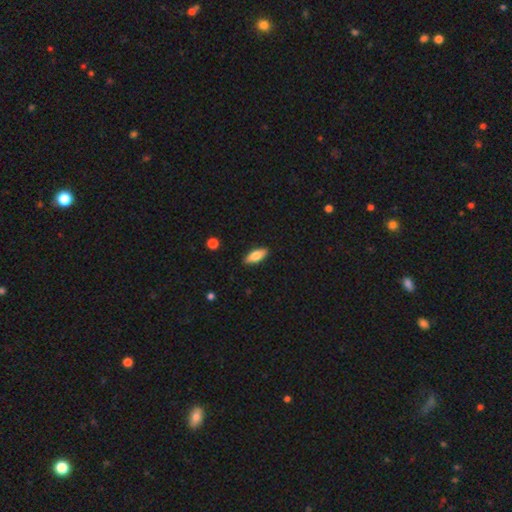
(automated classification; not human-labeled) Overall: smooth (77%). How rounded: in between (77%). Merging: none (88%).